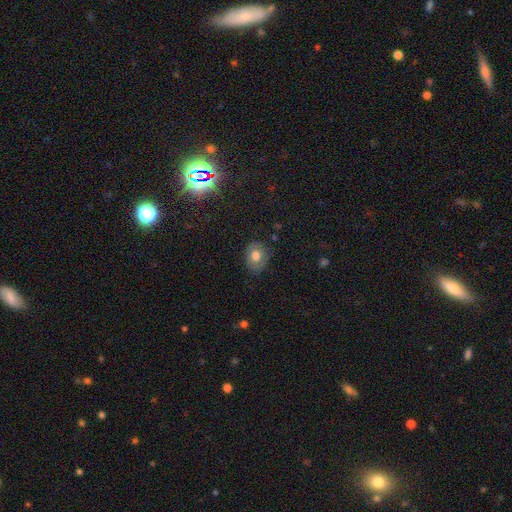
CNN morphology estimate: Smooth or featured? Predicted: smooth (p=0.70). How rounded? Predicted: in between (p=0.51). Merging? Predicted: none (p=0.82).